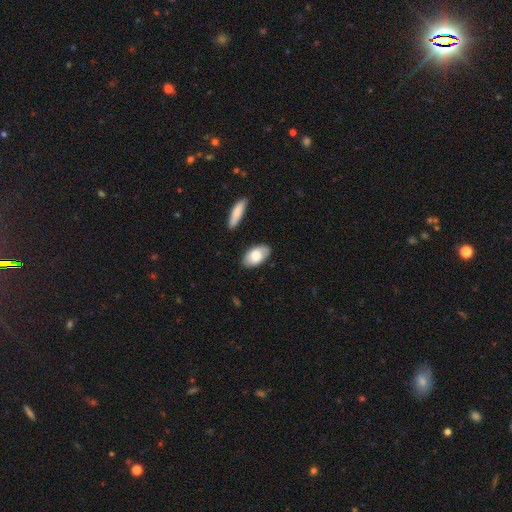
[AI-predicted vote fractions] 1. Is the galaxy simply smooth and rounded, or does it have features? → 78% smooth, 16% featured or disk, 6% star or artifact.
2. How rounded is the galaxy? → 94% in between, 3% round, 2% cigar-shaped.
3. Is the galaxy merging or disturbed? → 82% none, 13% minor disturbance, 3% merger, 2% major disturbance.